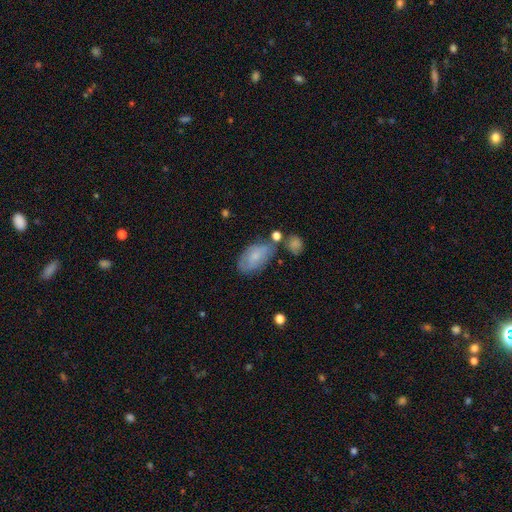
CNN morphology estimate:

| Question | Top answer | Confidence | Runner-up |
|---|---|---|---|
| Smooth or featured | smooth | 68% | featured or disk (25%) |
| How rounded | in between | 92% | round (5%) |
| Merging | none | 57% | minor disturbance (24%) |